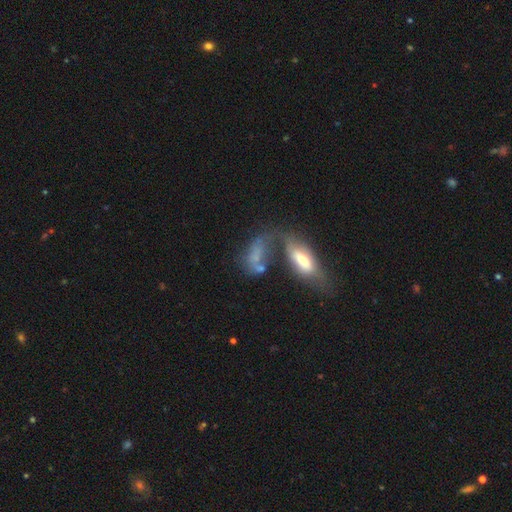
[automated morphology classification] Smooth or featured?
  - smooth: 54% *
  - featured or disk: 33%
  - star or artifact: 13%
How rounded?
  - in between: 75% *
  - cigar-shaped: 16%
  - round: 9%
Merging?
  - merger: 41% *
  - major disturbance: 23%
  - none: 22%
  - minor disturbance: 13%